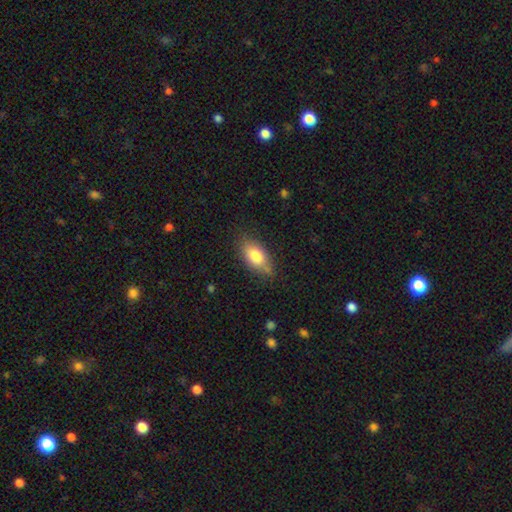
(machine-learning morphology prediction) Smooth or featured? smooth (79%)
How rounded? in between (88%)
Merging? none (75%)